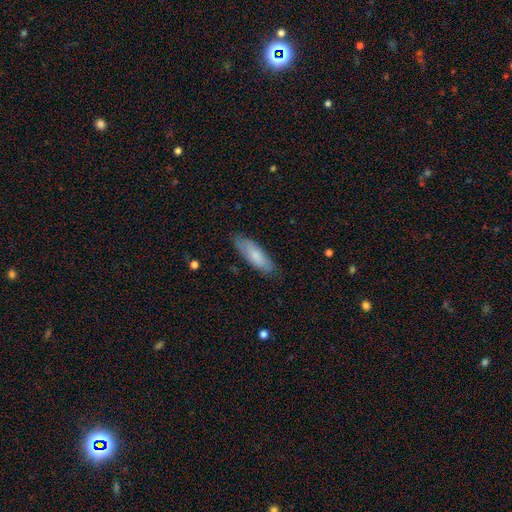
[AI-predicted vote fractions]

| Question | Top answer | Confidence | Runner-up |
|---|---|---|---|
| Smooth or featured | smooth | 78% | featured or disk (16%) |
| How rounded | in between | 54% | cigar-shaped (44%) |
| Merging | none | 80% | minor disturbance (15%) |